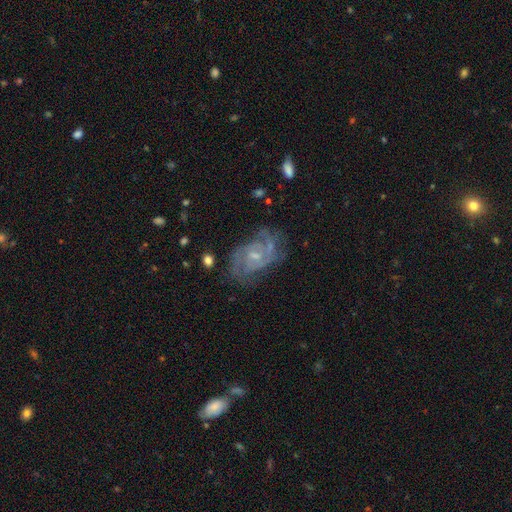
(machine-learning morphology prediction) smooth_or_featured: featured or disk (p=0.82) [alt: smooth p=0.09]
disk_edge_on: no (p=0.97) [alt: yes p=0.03]
bar: no (p=0.50) [alt: weak p=0.42]
has_spiral_arms: yes (p=0.93) [alt: no p=0.07]
spiral_winding: tight (p=0.45) [alt: medium p=0.43]
spiral_arm_count: 2 (p=0.50) [alt: can't tell p=0.21]
bulge_size: small (p=0.57) [alt: moderate p=0.32]
merging: none (p=0.67) [alt: minor disturbance p=0.19]